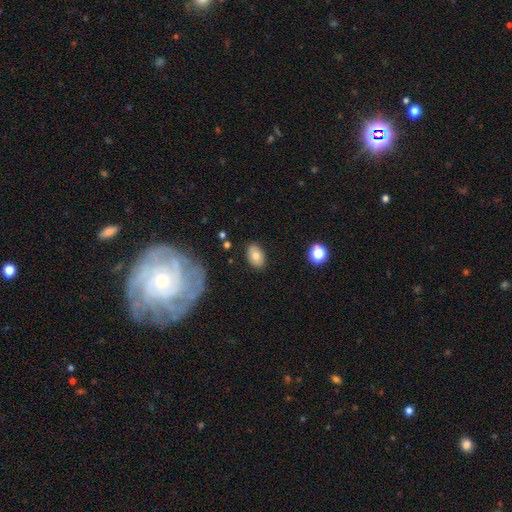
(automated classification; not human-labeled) Smooth or featured? smooth (73%)
How rounded? in between (88%)
Merging? none (85%)